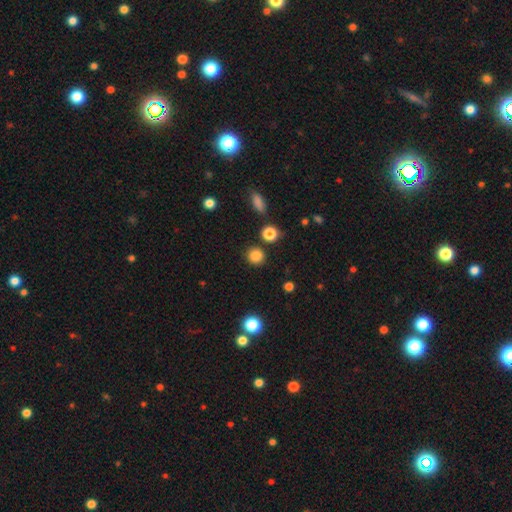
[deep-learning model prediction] A smooth galaxy with no disk features (85%) that is round (90%). Merging: none (86%).